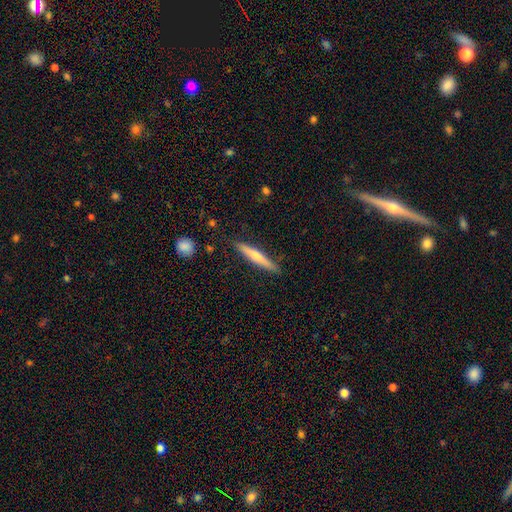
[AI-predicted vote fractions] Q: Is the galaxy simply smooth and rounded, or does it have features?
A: featured or disk — 49%.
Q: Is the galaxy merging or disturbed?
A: none — 88%.